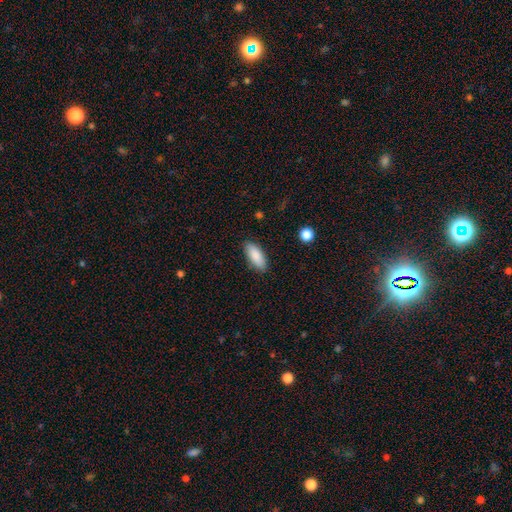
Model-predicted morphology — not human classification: type=smooth (88%); roundness=in between (78%); merging=none (88%).